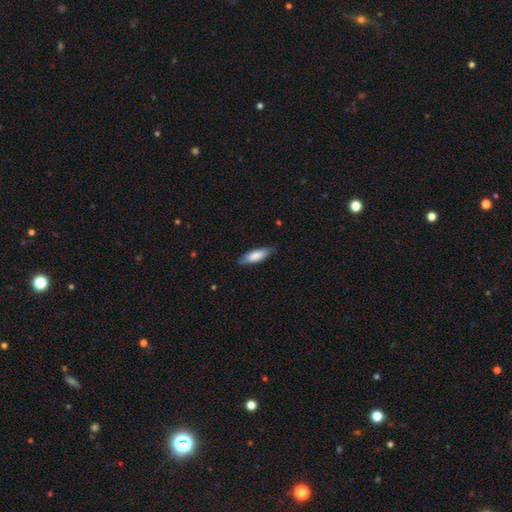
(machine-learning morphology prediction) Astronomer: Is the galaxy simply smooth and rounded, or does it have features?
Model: smooth — 78%.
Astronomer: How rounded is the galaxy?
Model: in between — 57% (runner-up: cigar-shaped, 42%).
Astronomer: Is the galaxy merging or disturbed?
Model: none — 80%.